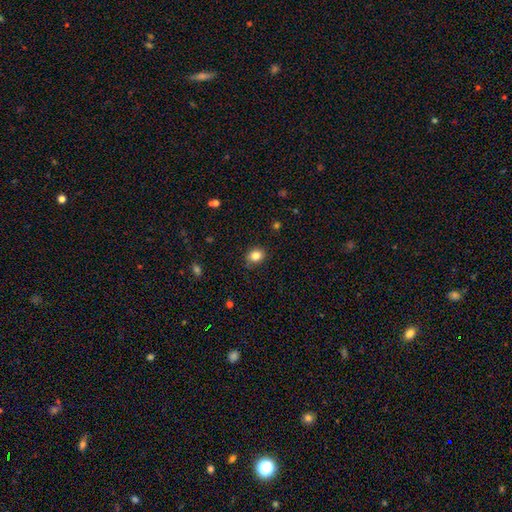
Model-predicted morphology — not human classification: smooth_or_featured: smooth (p=0.84) [alt: star or artifact p=0.11]
how_rounded: round (p=0.56) [alt: in between p=0.43]
merging: none (p=0.85) [alt: minor disturbance p=0.11]